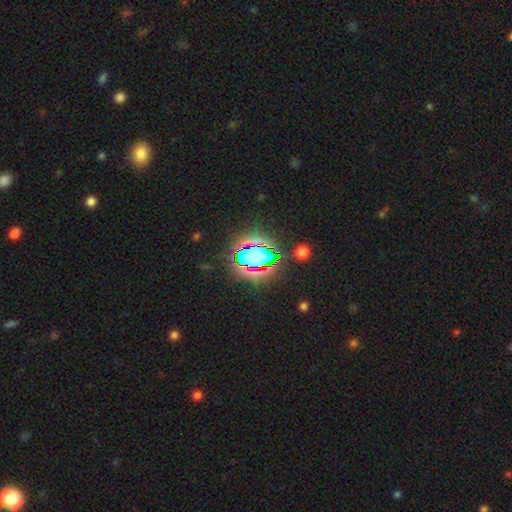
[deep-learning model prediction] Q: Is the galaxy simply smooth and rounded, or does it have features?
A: star or artifact — 66%.